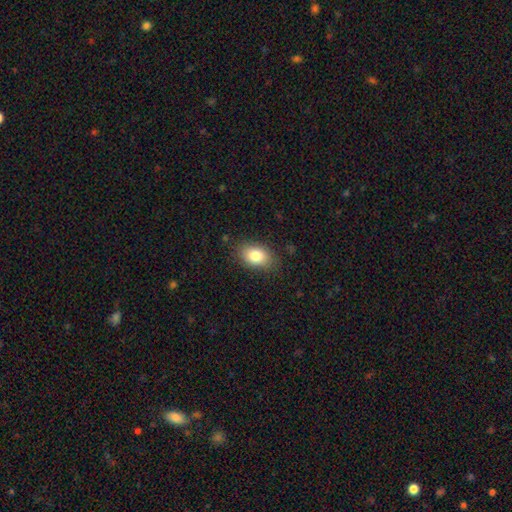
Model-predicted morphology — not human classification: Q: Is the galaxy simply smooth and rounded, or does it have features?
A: smooth — 83%.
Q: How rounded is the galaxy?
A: in between — 85%.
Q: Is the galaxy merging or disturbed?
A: none — 83%.